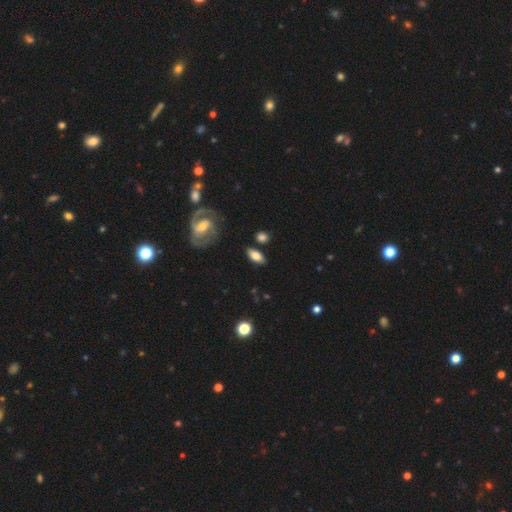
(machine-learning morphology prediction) Smooth or featured?
  - smooth: 71% *
  - featured or disk: 22%
  - star or artifact: 7%
How rounded?
  - in between: 87% *
  - cigar-shaped: 9%
  - round: 5%
Merging?
  - none: 80% *
  - minor disturbance: 12%
  - merger: 4%
  - major disturbance: 4%